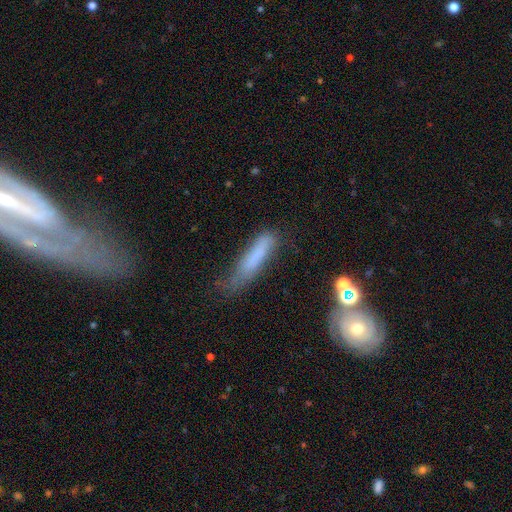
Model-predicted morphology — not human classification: Smooth or featured? Predicted: smooth (p=0.67). How rounded? Predicted: cigar-shaped (p=0.81). Merging? Predicted: none (p=0.43).